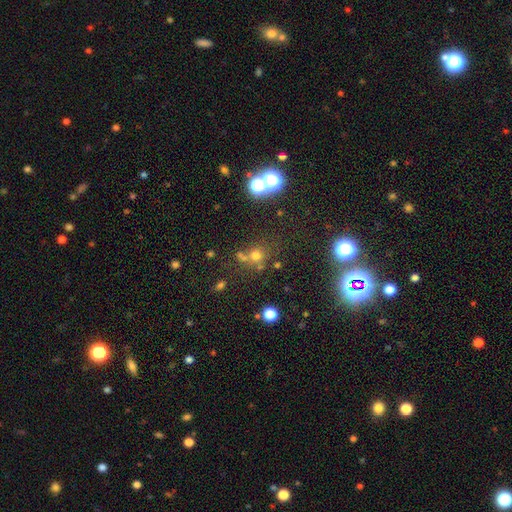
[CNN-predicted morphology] type=smooth (53%); roundness=round (87%); merging=none (61%).